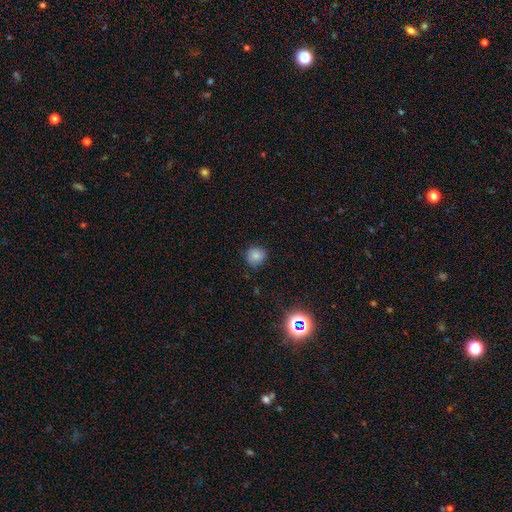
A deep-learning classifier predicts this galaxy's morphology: smooth-or-featured: smooth: 81% | star or artifact: 13% | featured or disk: 6%
  how-rounded: round: 90% | in between: 9% | cigar-shaped: 1%
  merging: none: 85% | minor disturbance: 11% | major disturbance: 3% | merger: 1%